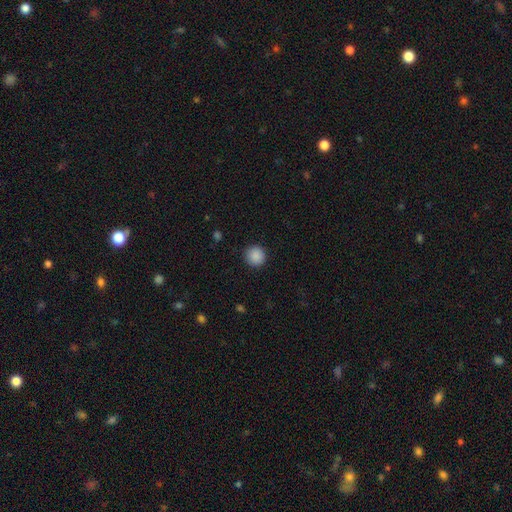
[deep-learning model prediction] A smooth galaxy with no disk features (89%) that is round (94%).

Vote fractions:
- Smooth or featured? smooth: 89% / star or artifact: 9% / featured or disk: 2%
- How rounded? round: 94% / in between: 5% / cigar-shaped: 1%
- Merging? none: 91% / minor disturbance: 6% / major disturbance: 2% / merger: 1%